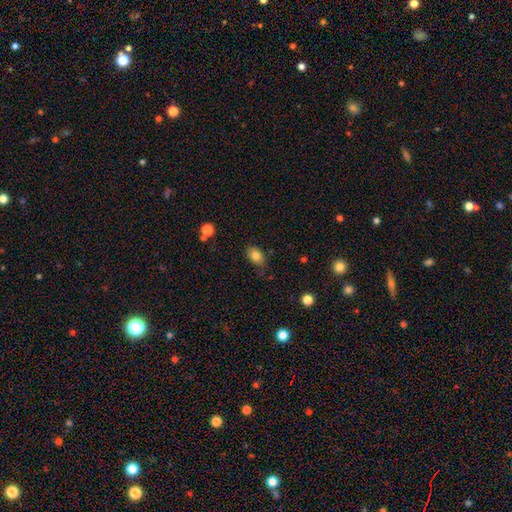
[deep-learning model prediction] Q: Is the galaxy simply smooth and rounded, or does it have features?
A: smooth — 81%.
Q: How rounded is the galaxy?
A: in between — 80%.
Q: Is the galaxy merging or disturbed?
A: none — 71%.